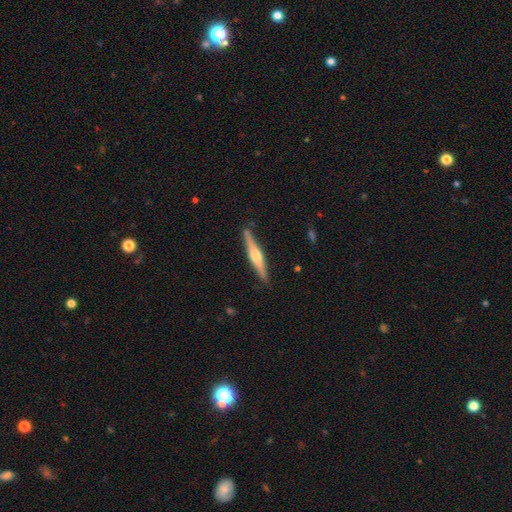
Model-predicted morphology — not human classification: smooth-or-featured: featured or disk: 74% | smooth: 22% | star or artifact: 5%
  disk-edge-on: yes: 98% | no: 2%
    edge-on-bulge: rounded: 88% | boxy: 8% | none: 4%
  merging: none: 88% | minor disturbance: 8% | merger: 2% | major disturbance: 2%